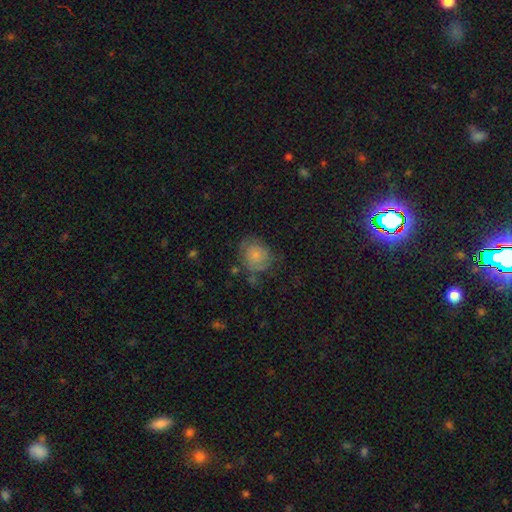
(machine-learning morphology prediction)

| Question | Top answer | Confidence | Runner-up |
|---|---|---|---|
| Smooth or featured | smooth | 65% | featured or disk (26%) |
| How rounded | round | 68% | in between (31%) |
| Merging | none | 54% | minor disturbance (27%) |